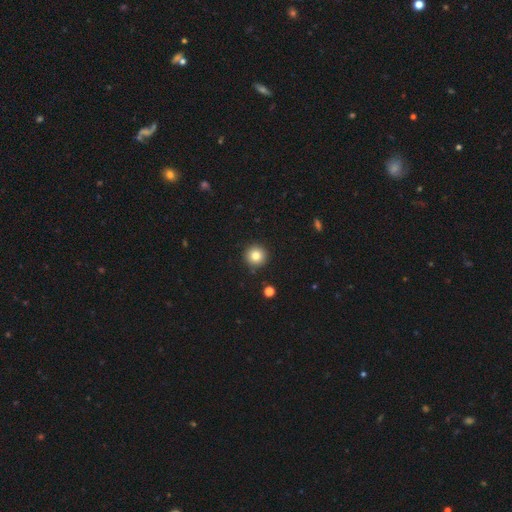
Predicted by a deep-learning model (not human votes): smooth 81%, star or artifact 11%, featured or disk 8%. Down the decision tree: how rounded — round (96%); merging — none (92%).